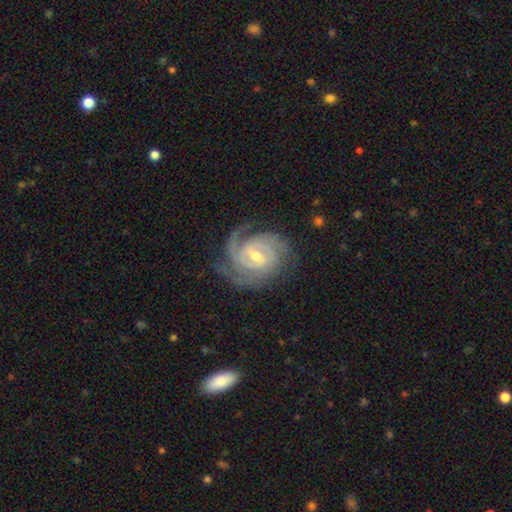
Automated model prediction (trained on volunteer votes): Morphology: type=featured or disk (92%); edge-on=no (98%); bar=weak (57%); spiral arms=yes (99%); winding=tight (68%); arm count=3 (41%); bulge=moderate (50%); merging=none (74%).